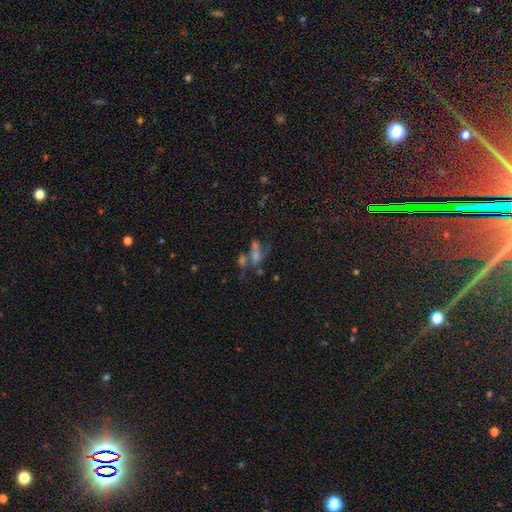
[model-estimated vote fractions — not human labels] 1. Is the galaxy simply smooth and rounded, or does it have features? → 37% featured or disk, 32% star or artifact, 30% smooth.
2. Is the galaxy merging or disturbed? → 39% merger, 27% none, 21% major disturbance, 12% minor disturbance.